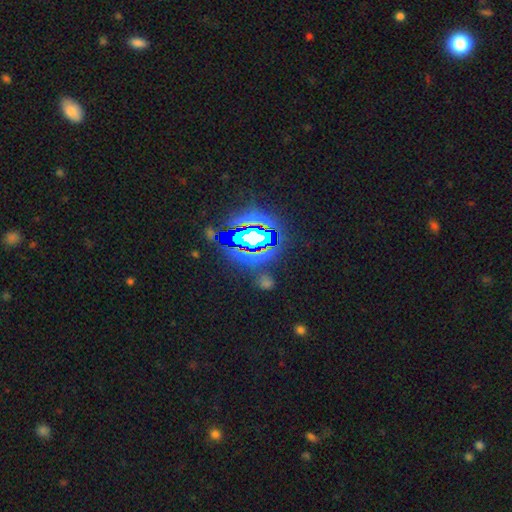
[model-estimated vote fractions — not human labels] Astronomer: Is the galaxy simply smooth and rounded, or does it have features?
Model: star or artifact — 82%.